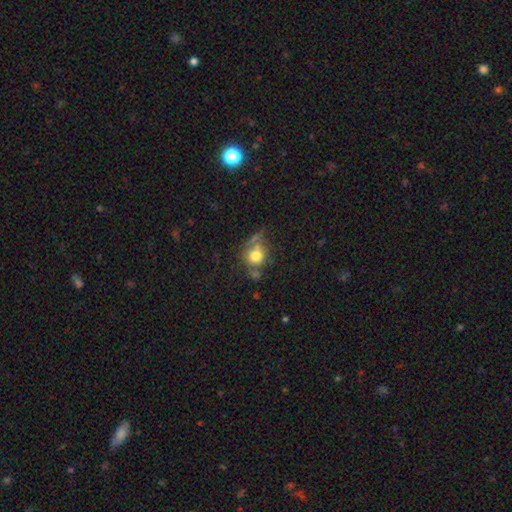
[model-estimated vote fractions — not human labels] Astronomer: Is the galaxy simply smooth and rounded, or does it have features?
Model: smooth — 73%.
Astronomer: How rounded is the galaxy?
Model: round — 80%.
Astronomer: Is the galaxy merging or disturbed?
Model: none — 49%.